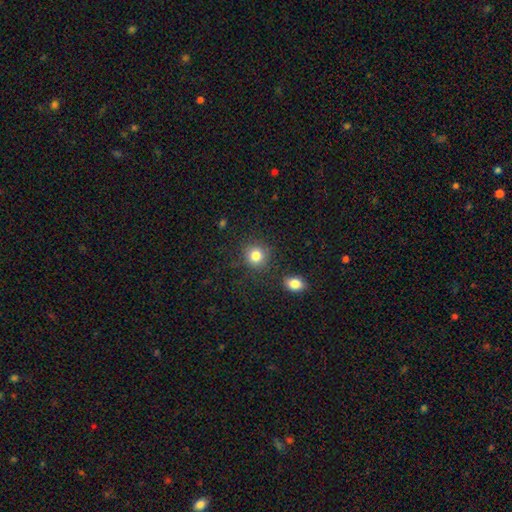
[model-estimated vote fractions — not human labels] smooth_or_featured: smooth (p=0.83) [alt: star or artifact p=0.11]
how_rounded: round (p=0.88) [alt: in between p=0.11]
merging: none (p=0.84) [alt: minor disturbance p=0.09]